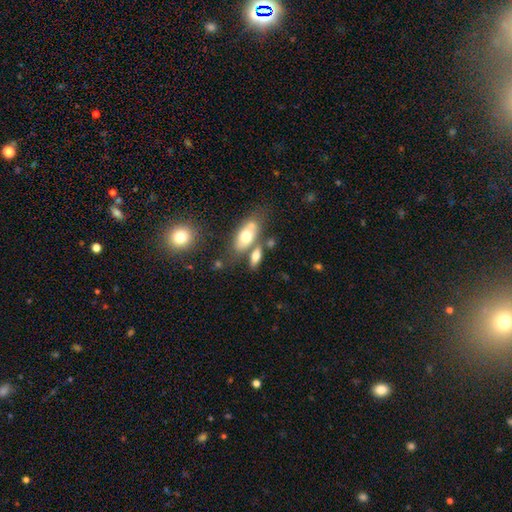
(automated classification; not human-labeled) Smooth or featured?
  - smooth: 67% *
  - featured or disk: 25%
  - star or artifact: 8%
How rounded?
  - in between: 74% *
  - cigar-shaped: 20%
  - round: 6%
Merging?
  - none: 50% *
  - merger: 31%
  - minor disturbance: 13%
  - major disturbance: 6%